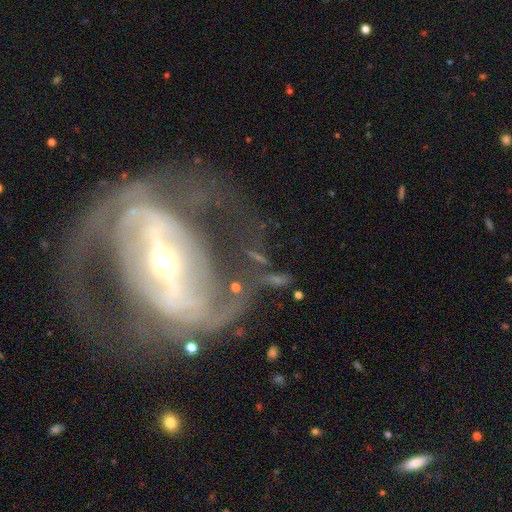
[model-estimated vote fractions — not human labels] The model was most divided on "bulge size": small: 46%, moderate: 42%, large: 6%, none: 4%, dominant: 3%. Remaining: edge-on disk — no (80%); spiral arms — yes (73%); smooth or featured — featured or disk (70%); merging — none (45%); bar — strong (41%).